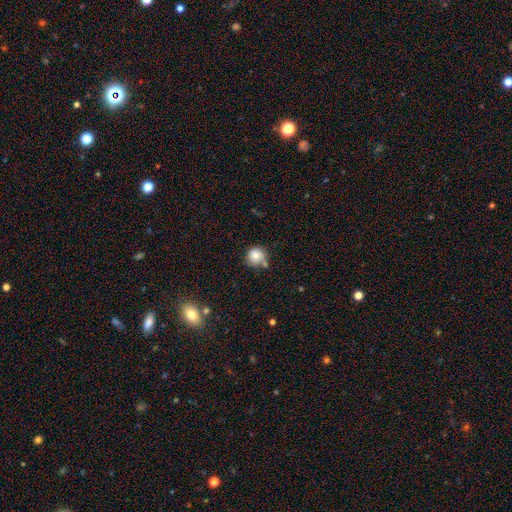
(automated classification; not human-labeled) Smooth or featured? Predicted: smooth (p=0.78). How rounded? Predicted: round (p=0.91). Merging? Predicted: none (p=0.64).